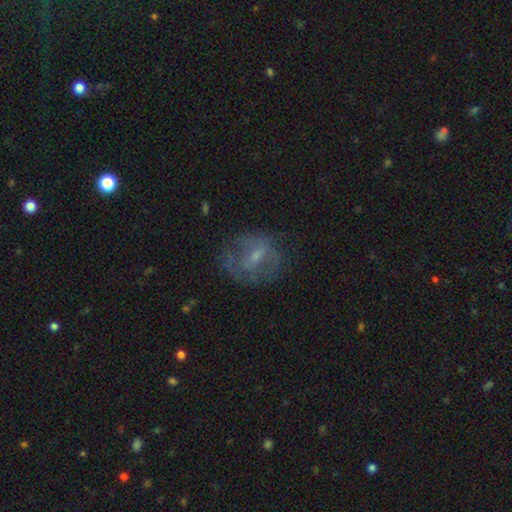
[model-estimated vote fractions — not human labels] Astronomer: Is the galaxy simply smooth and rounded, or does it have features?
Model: featured or disk — 52% (runner-up: smooth, 37%).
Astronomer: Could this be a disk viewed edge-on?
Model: no — 94%.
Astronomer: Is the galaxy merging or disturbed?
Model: none — 58%.